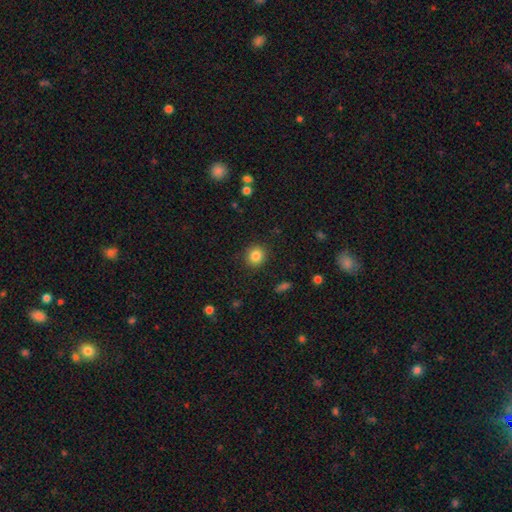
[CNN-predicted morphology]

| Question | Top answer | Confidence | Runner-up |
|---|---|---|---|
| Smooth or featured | smooth | 84% | star or artifact (11%) |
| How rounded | round | 84% | in between (15%) |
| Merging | none | 90% | minor disturbance (7%) |